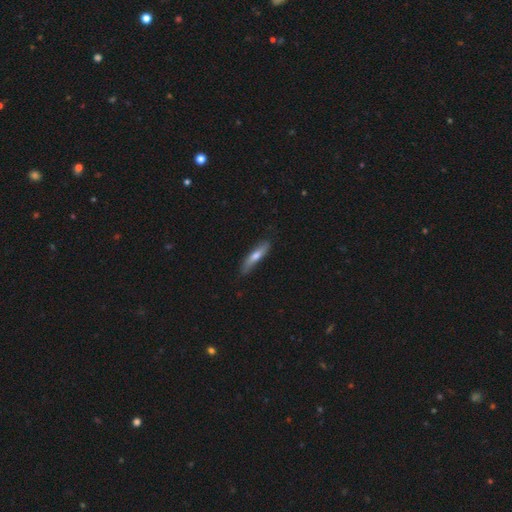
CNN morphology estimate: A smooth galaxy with no disk features (58%) that is cigar-shaped (82%). Merging: none (79%).